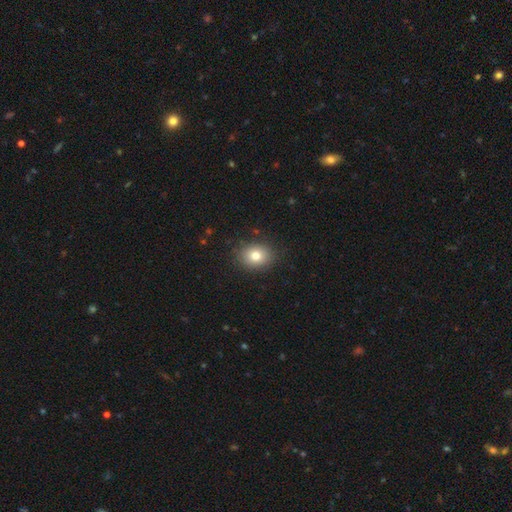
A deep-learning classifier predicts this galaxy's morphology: Smooth or featured?
  - smooth: 79% *
  - star or artifact: 11%
  - featured or disk: 10%
How rounded?
  - round: 55% *
  - in between: 44%
  - cigar-shaped: 1%
Merging?
  - none: 87% *
  - minor disturbance: 9%
  - major disturbance: 3%
  - merger: 1%